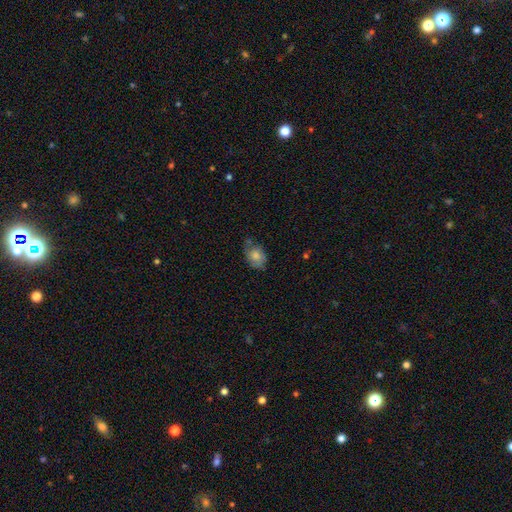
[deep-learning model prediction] Smooth or featured: smooth — 55% (featured or disk — 33%)
How rounded: in between — 69% (round — 29%)
Merging: none — 63% (minor disturbance — 27%)